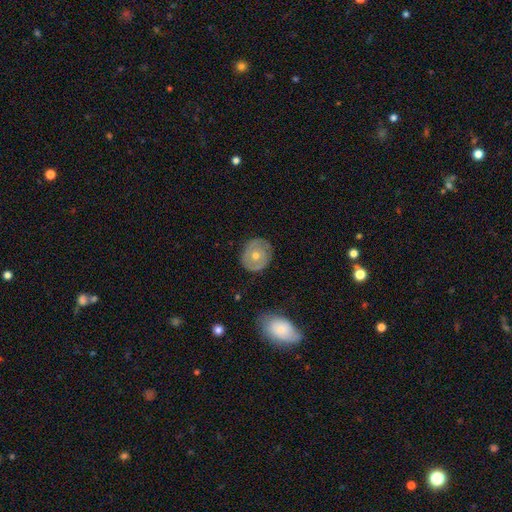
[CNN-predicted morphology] This appears to be a featured or disk galaxy (59%) with no bar (86%), spiral arms (55%) and a moderate central bulge (55%). Merging: none (81%).